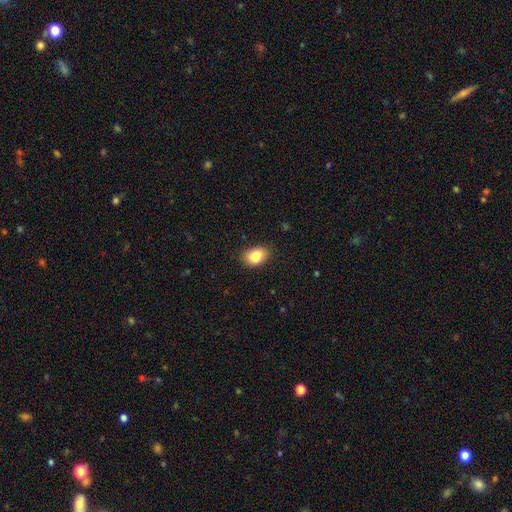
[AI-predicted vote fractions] smooth 85%, star or artifact 8%, featured or disk 7%. Down the decision tree: how rounded — in between (81%); merging — none (80%).